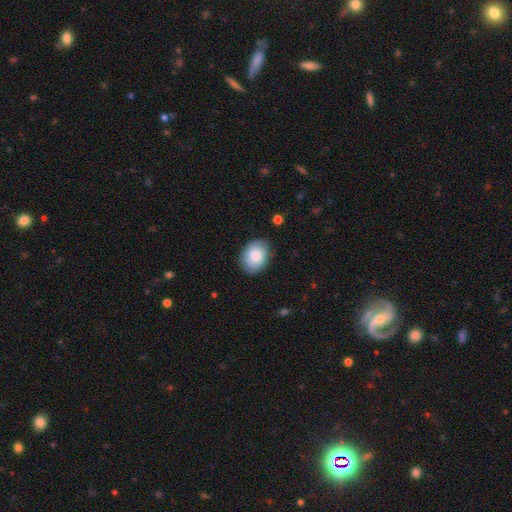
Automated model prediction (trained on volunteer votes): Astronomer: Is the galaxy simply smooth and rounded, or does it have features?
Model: smooth — 80%.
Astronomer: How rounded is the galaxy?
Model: in between — 68%.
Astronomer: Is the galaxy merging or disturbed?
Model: none — 82%.